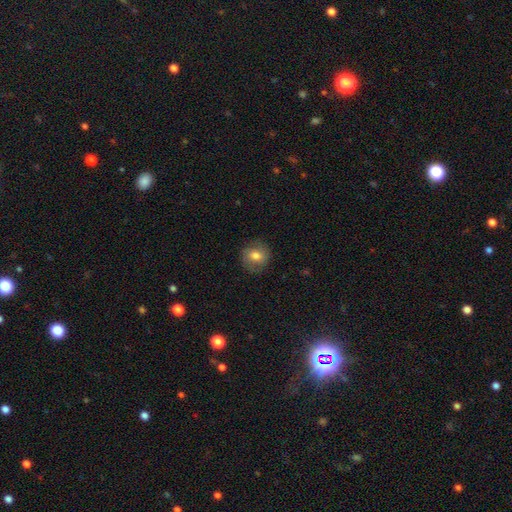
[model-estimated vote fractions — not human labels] Q: Smooth or featured?
A: smooth (66%); runner-up: featured or disk (25%)
Q: How rounded?
A: round (81%); runner-up: in between (18%)
Q: Merging?
A: none (82%); runner-up: minor disturbance (13%)